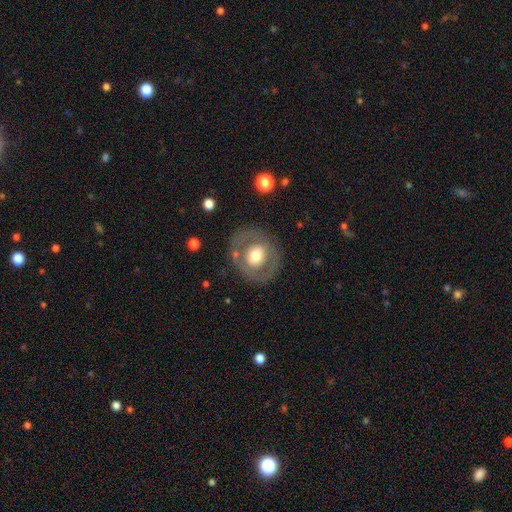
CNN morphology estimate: This appears to be a smooth galaxy with no disk features (48%). Merging: none (80%).